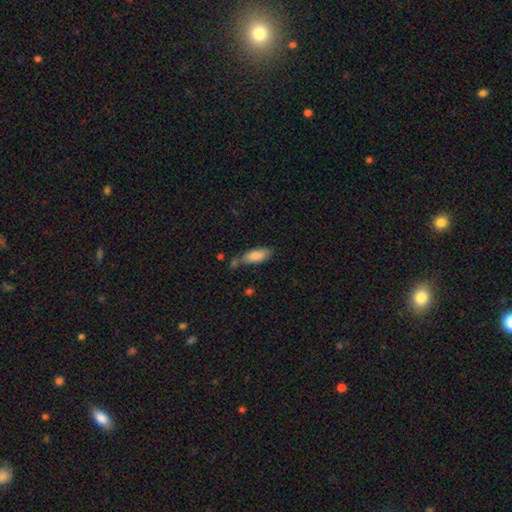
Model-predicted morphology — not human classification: Smooth or featured? Predicted: smooth (p=0.85). How rounded? Predicted: in between (p=0.74). Merging? Predicted: none (p=0.59).